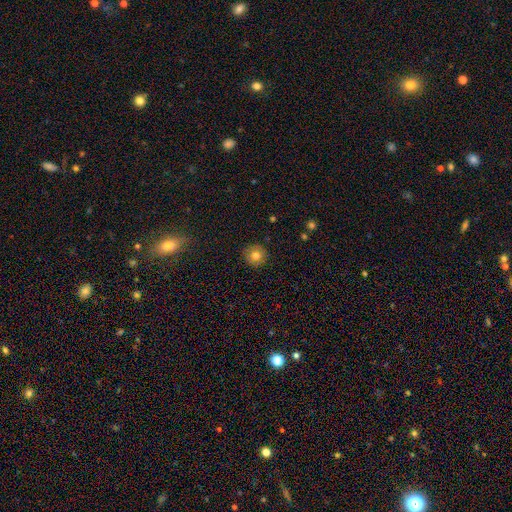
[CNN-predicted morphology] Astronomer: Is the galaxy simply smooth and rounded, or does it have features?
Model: smooth — 76%.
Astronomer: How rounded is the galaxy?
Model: round — 93%.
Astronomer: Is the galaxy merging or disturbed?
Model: none — 88%.